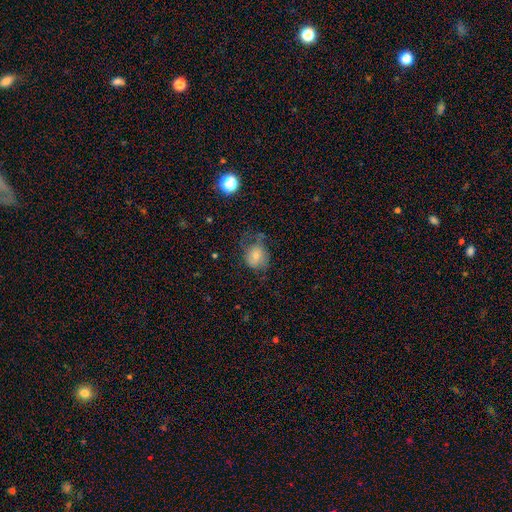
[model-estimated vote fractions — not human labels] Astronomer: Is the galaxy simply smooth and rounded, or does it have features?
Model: smooth — 60%.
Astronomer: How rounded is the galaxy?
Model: round — 57% (runner-up: in between, 42%).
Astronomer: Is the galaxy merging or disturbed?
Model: none — 42% (runner-up: minor disturbance, 29%).